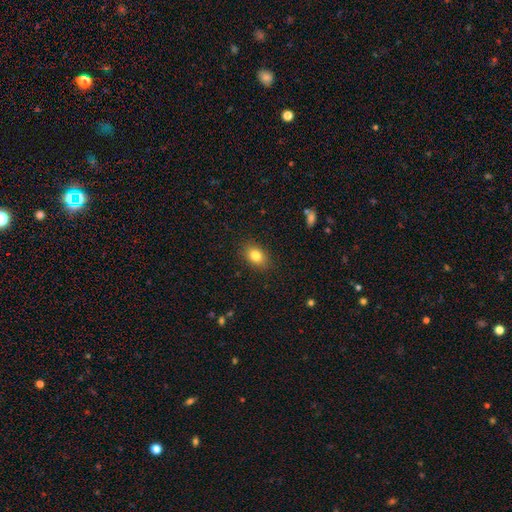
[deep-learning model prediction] Smooth or featured?
  - smooth: 83% *
  - star or artifact: 9%
  - featured or disk: 8%
How rounded?
  - in between: 78% *
  - round: 21%
  - cigar-shaped: 1%
Merging?
  - none: 86% *
  - minor disturbance: 10%
  - major disturbance: 2%
  - merger: 1%